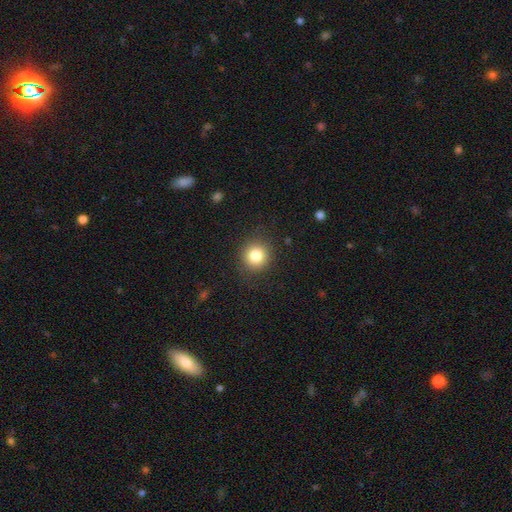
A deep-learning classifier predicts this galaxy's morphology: This is clearly a smooth galaxy (82%). How rounded: clearly round (91%). Merging: clearly none (88%).